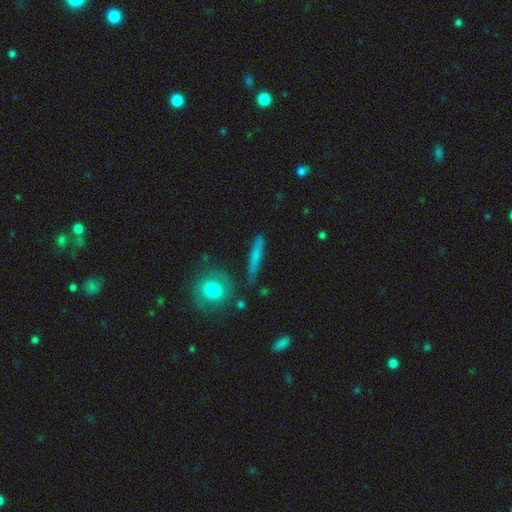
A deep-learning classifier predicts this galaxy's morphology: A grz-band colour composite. It shows a smooth galaxy with no disk features (64%) that is cigar-shaped (90%). Merging: none (85%).